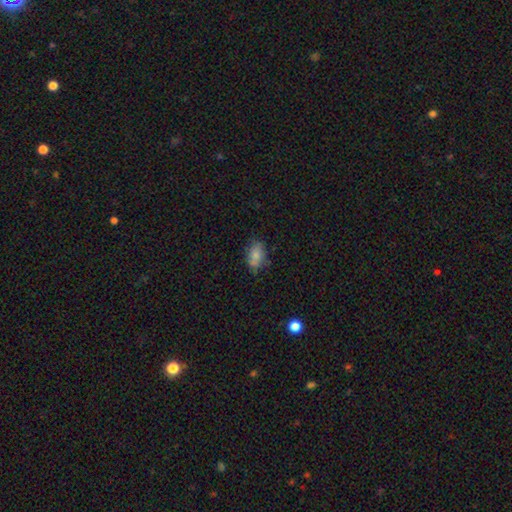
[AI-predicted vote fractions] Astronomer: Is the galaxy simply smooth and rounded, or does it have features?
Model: smooth — 78%.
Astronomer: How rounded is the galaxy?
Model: in between — 87%.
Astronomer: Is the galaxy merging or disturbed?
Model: none — 65%.